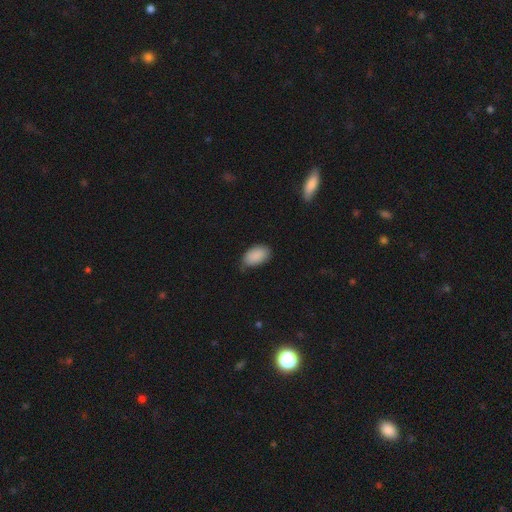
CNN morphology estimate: Smooth or featured: smooth — 89% (star or artifact — 7%)
How rounded: in between — 93% (round — 6%)
Merging: none — 62% (minor disturbance — 31%)